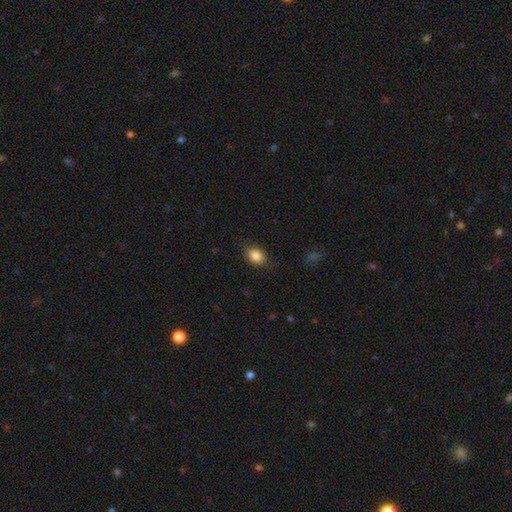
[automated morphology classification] smooth 86%, star or artifact 9%, featured or disk 5%. Down the decision tree: how rounded — in between (69%); merging — none (84%).